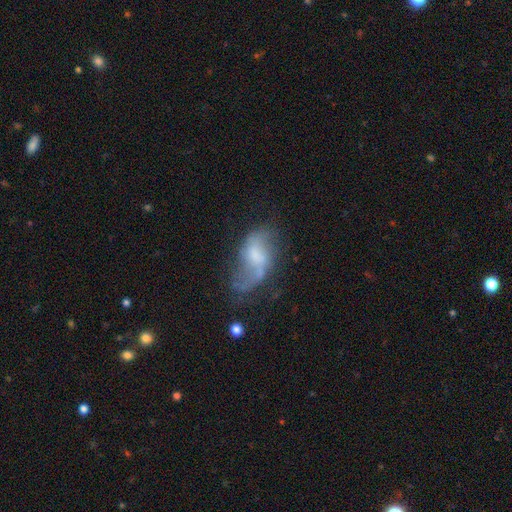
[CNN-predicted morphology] type=featured or disk (64%); edge-on=no (94%); bar=no (44%, tied with weak); spiral arms=yes (76%); bulge=moderate (33%); merging=none (39%).